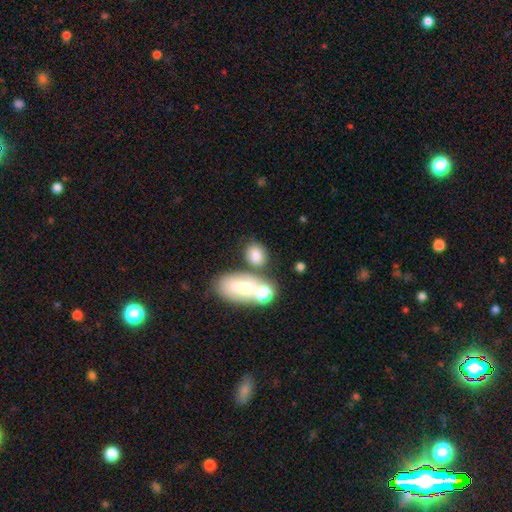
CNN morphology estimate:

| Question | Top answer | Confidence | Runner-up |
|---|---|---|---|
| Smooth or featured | smooth | 75% | featured or disk (15%) |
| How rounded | in between | 64% | round (34%) |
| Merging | none | 49% | merger (29%) |